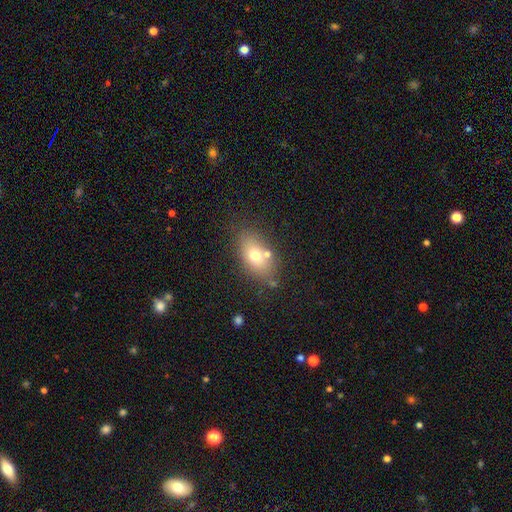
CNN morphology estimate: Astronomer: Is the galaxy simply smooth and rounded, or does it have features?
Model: smooth — 68%.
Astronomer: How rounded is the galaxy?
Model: in between — 82%.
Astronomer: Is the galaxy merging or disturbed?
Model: none — 68%.